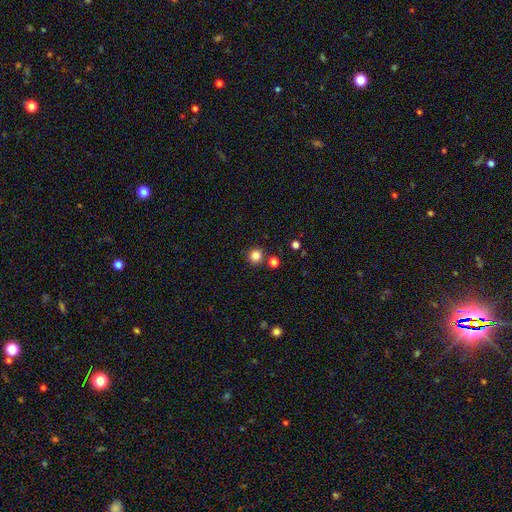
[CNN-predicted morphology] Smooth or featured?
  - smooth: 83% *
  - star or artifact: 13%
  - featured or disk: 5%
How rounded?
  - round: 93% *
  - in between: 6%
  - cigar-shaped: 1%
Merging?
  - none: 86% *
  - minor disturbance: 6%
  - merger: 5%
  - major disturbance: 2%